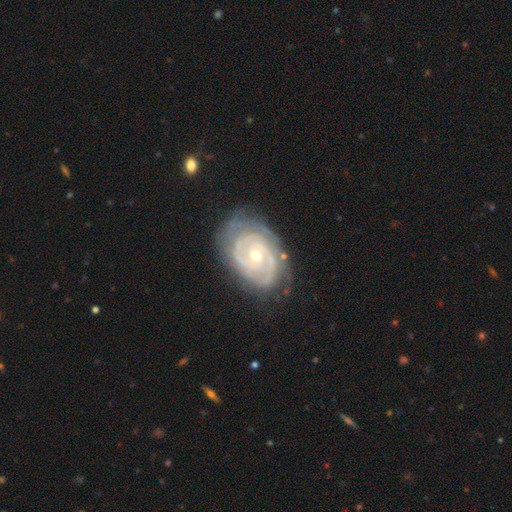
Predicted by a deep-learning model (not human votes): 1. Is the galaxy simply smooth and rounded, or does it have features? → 88% featured or disk, 7% smooth, 5% star or artifact.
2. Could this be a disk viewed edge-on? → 96% no, 4% yes.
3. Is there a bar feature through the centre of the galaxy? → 69% no, 24% weak, 7% strong.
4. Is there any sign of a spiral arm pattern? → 94% yes, 6% no.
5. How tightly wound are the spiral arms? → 77% tight, 19% medium, 4% loose.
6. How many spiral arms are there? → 37% 2, 30% can't tell, 18% 3, 7% 4, 5% 1, 4% more than 4.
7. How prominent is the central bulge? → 49% moderate, 48% small, 2% large, 1% none, 1% dominant.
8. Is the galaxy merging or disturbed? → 71% none, 20% minor disturbance, 7% major disturbance, 2% merger.